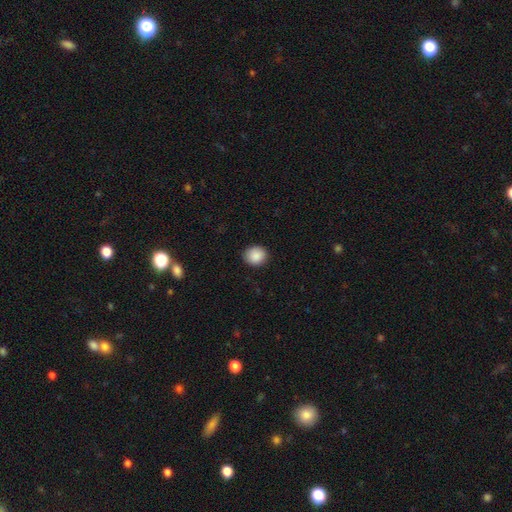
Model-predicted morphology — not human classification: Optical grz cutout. It shows a smooth galaxy with no disk features (89%) that is round (77%). Merging: none (89%).